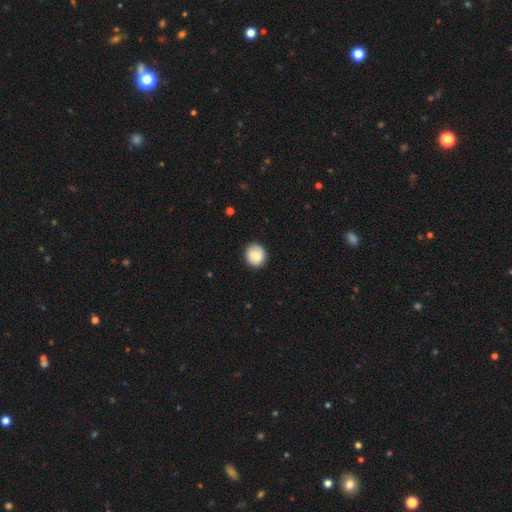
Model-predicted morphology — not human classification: smooth-or-featured: smooth: 83% | featured or disk: 10% | star or artifact: 7%
  how-rounded: round: 76% | in between: 23% | cigar-shaped: 1%
  merging: none: 87% | minor disturbance: 10% | major disturbance: 2% | merger: 1%